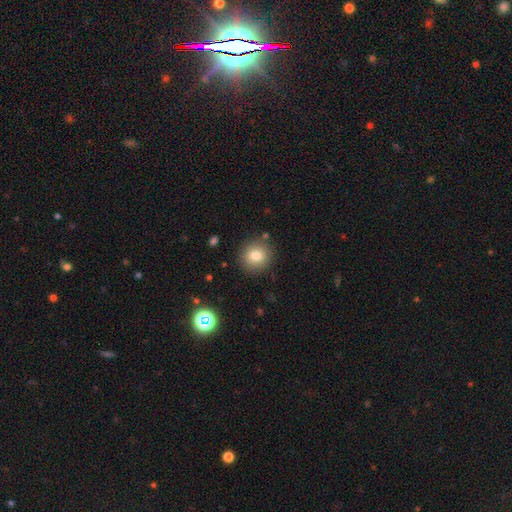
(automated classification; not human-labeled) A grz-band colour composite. It shows a smooth galaxy with no disk features (80%) that is round (90%). Merging: none (87%).